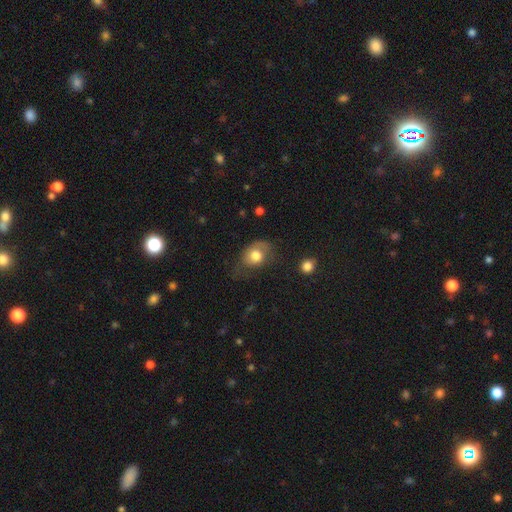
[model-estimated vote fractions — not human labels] Overall: smooth (73%). How rounded: in between (58%; round 41%). Merging: none (42%; minor disturbance 31%).